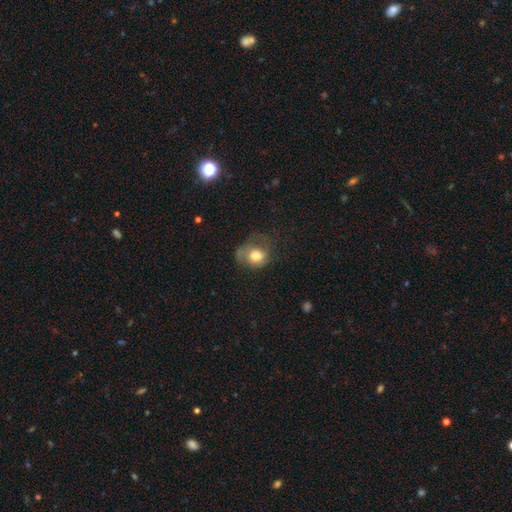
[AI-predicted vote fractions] Q: Smooth or featured?
A: smooth (69%); runner-up: featured or disk (22%)
Q: How rounded?
A: round (55%); runner-up: in between (44%)
Q: Merging?
A: none (35%); tied with: major disturbance (35%)